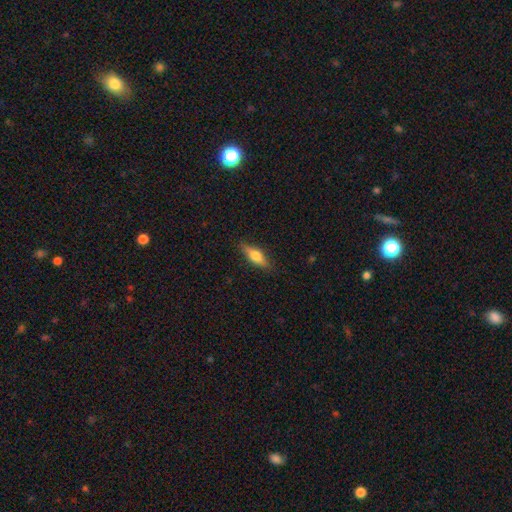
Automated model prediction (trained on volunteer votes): smooth 56%, featured or disk 37%, star or artifact 7%. Down the decision tree: how rounded — in between (53%); merging — none (85%).